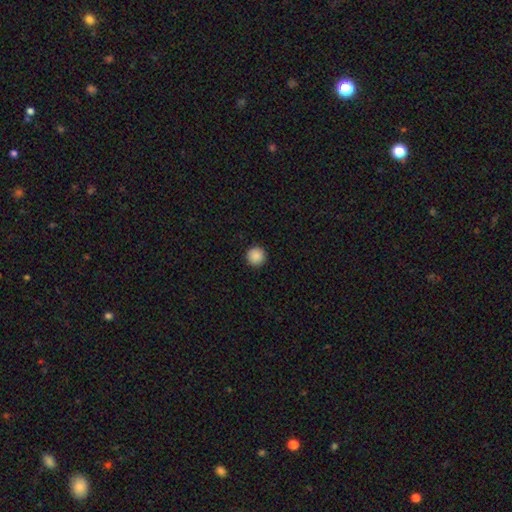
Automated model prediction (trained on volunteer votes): Smooth or featured? Predicted: smooth (p=0.88). How rounded? Predicted: round (p=0.97). Merging? Predicted: none (p=0.94).